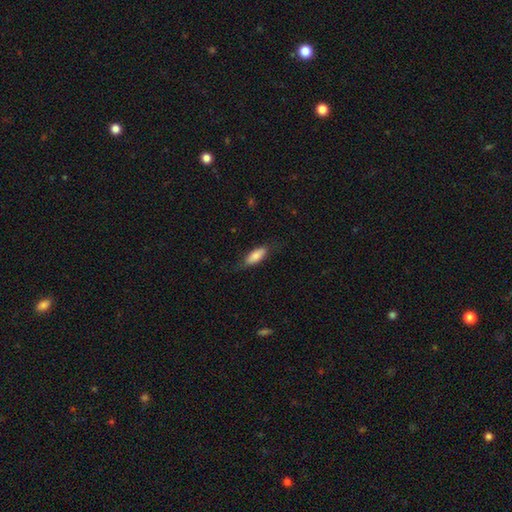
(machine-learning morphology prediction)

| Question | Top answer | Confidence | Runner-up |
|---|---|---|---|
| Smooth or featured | smooth | 78% | featured or disk (16%) |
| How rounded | in between | 72% | cigar-shaped (26%) |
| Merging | none | 72% | minor disturbance (20%) |